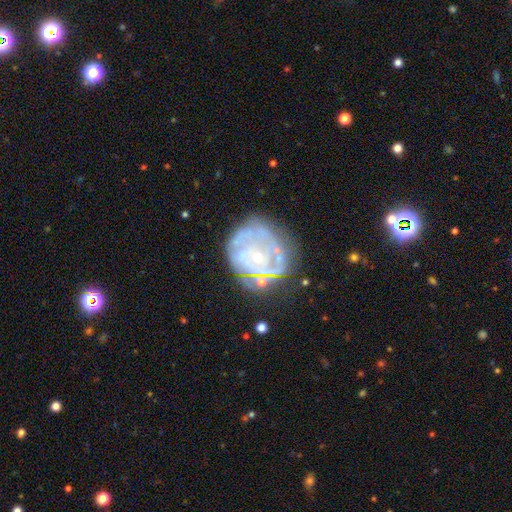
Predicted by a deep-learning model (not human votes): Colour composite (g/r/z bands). It shows a featured or disk galaxy (78%) with no bar (79%), tight (68%) spiral arms (74%) and a small central bulge (77%). Merging: none (61%).